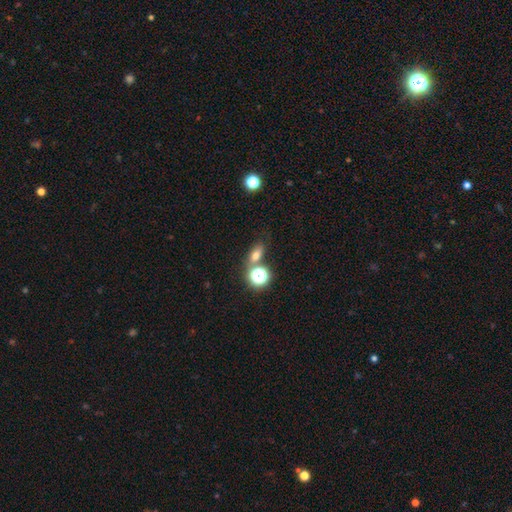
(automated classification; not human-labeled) This appears to be a smooth galaxy with no disk features (69%) that is in between round and cigar-shaped (68%). Merging: none (64%).